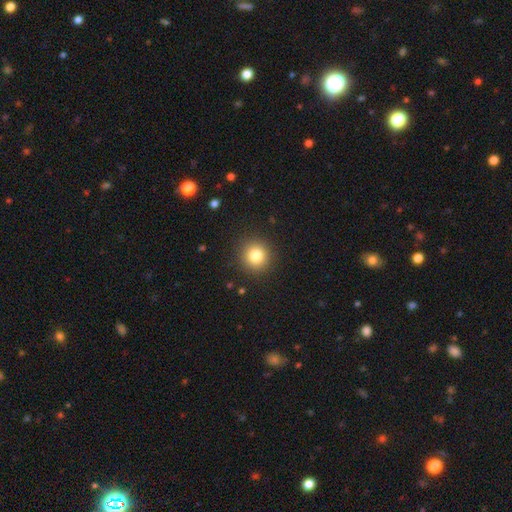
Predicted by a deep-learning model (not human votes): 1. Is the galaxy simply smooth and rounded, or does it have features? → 82% smooth, 11% star or artifact, 7% featured or disk.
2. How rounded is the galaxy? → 93% round, 6% in between, 1% cigar-shaped.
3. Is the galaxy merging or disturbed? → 91% none, 6% minor disturbance, 2% major disturbance, 1% merger.